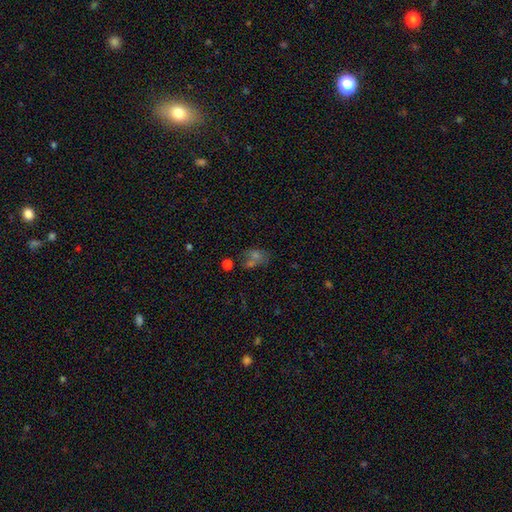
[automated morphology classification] smooth-or-featured: smooth: 46% | star or artifact: 32% | featured or disk: 22%
  merging: none: 44% | merger: 29% | minor disturbance: 15% | major disturbance: 11%